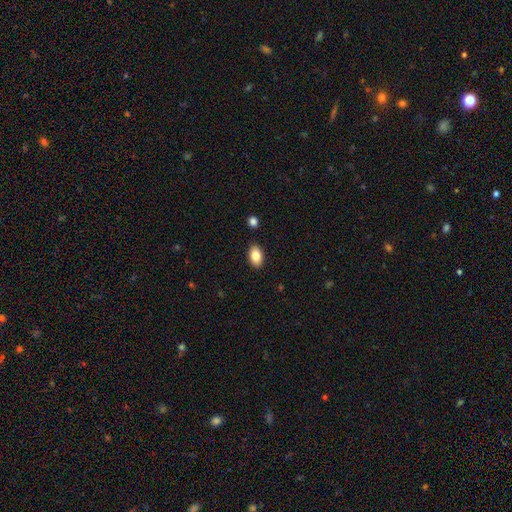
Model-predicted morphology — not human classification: Smooth or featured?
  - smooth: 84% *
  - featured or disk: 8%
  - star or artifact: 8%
How rounded?
  - in between: 91% *
  - round: 8%
  - cigar-shaped: 2%
Merging?
  - none: 88% *
  - minor disturbance: 8%
  - major disturbance: 2%
  - merger: 2%